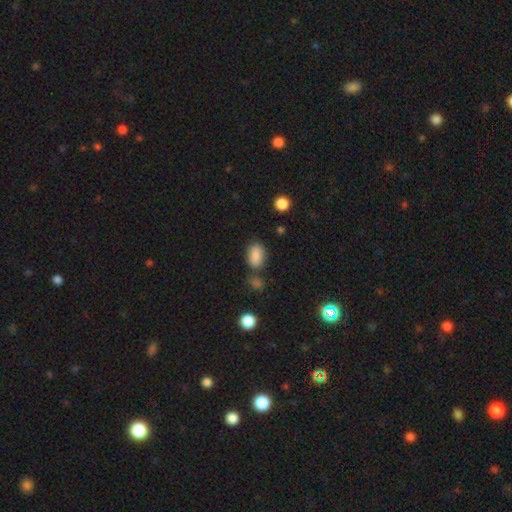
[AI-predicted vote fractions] A smooth galaxy with no disk features (85%) that is in between round and cigar-shaped (86%). Merging: none (65%).